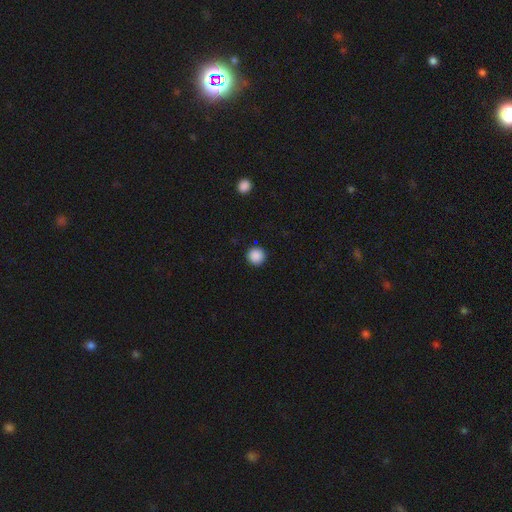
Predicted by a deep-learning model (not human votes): smooth 88%, star or artifact 10%, featured or disk 2%. Down the decision tree: how rounded — round (96%); merging — none (93%).